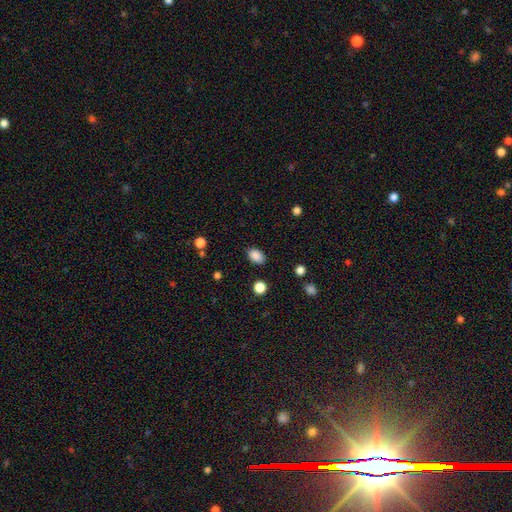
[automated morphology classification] The model was most divided on "how rounded": in between: 85%, round: 14%, cigar-shaped: 1%. More confident: smooth or featured — smooth (87%); merging — none (85%).